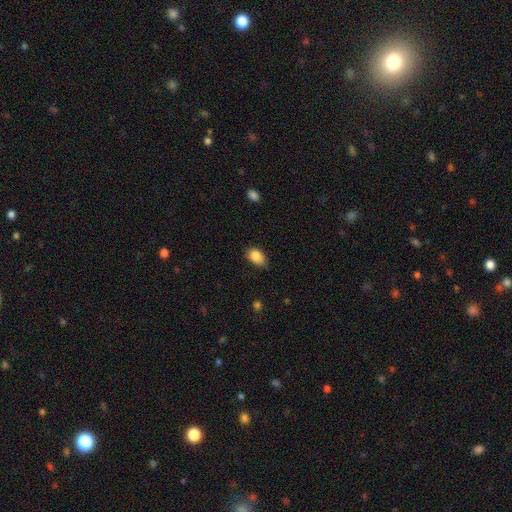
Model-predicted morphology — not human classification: smooth-or-featured: smooth: 86% | star or artifact: 8% | featured or disk: 6%
  how-rounded: in between: 87% | round: 12% | cigar-shaped: 1%
  merging: none: 77% | minor disturbance: 19% | major disturbance: 3% | merger: 1%